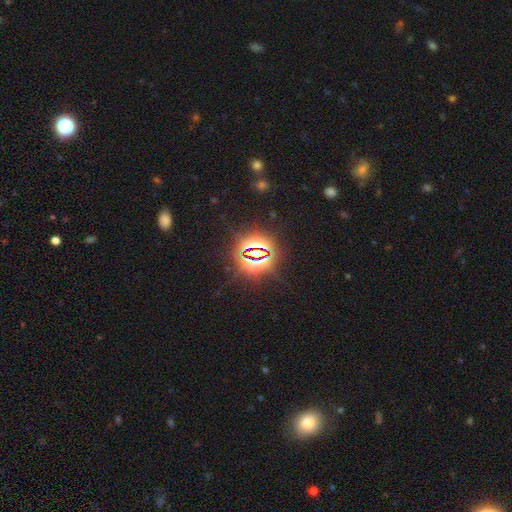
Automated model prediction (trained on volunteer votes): Smooth or featured?
  - star or artifact: 82% *
  - smooth: 10%
  - featured or disk: 7%